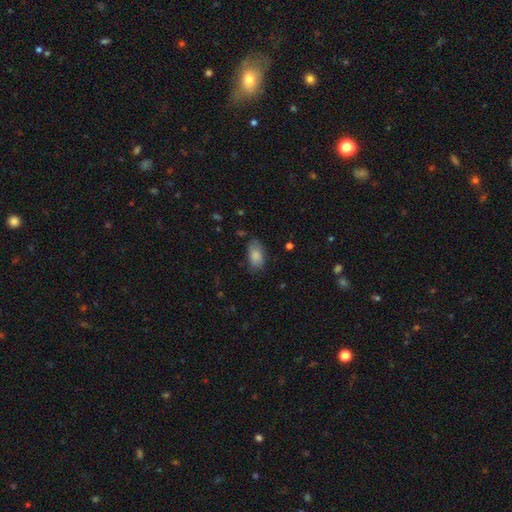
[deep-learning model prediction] A smooth galaxy with no disk features (83%) that is in between round and cigar-shaped (92%). Merging: none (68%).